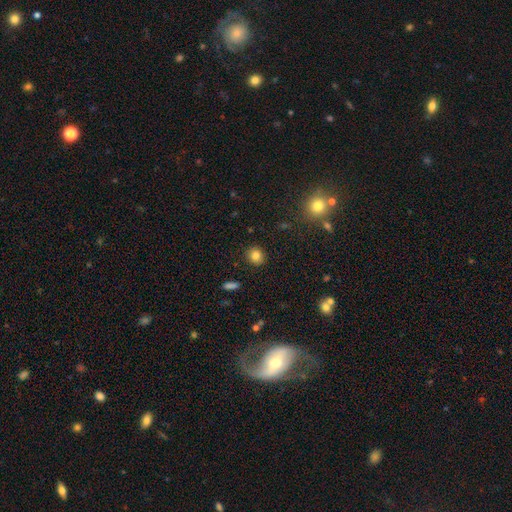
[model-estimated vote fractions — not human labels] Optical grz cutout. It shows a smooth galaxy with no disk features (81%) that is round (82%). Merging: none (90%).